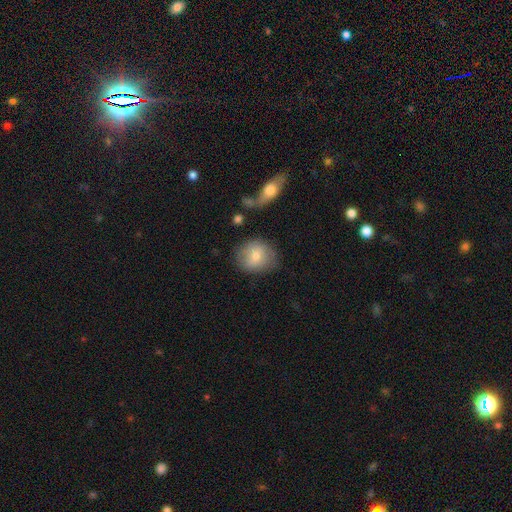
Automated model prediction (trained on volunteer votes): Smooth or featured: smooth — 72% (featured or disk — 21%)
How rounded: round — 72% (in between — 27%)
Merging: none — 68% (minor disturbance — 21%)